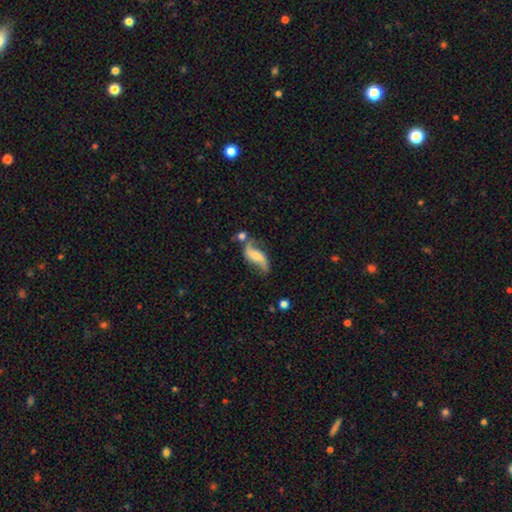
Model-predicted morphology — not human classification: Q: Smooth or featured?
A: featured or disk (69%); runner-up: smooth (23%)
Q: Edge-on disk?
A: no (91%); runner-up: yes (9%)
Q: Bar?
A: no (39%); runner-up: weak (36%)
Q: Spiral arms?
A: yes (89%); runner-up: no (11%)
Q: Spiral winding?
A: loose (83%); runner-up: medium (13%)
Q: Spiral arm count?
A: 2 (89%); runner-up: 1 (4%)
Q: Bulge size?
A: small (40%); runner-up: moderate (29%)
Q: Merging?
A: none (46%); runner-up: minor disturbance (21%)